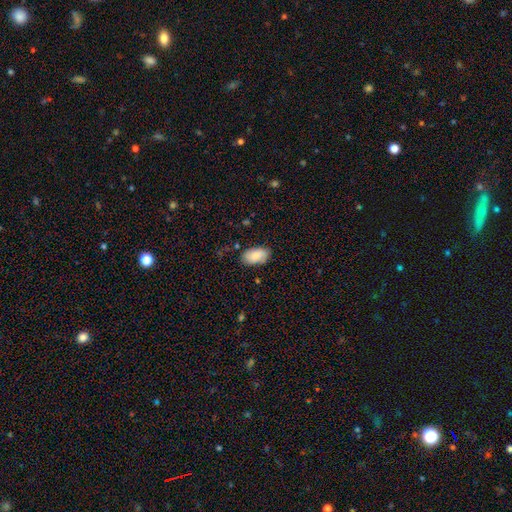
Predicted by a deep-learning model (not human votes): Smooth or featured: smooth — 82% (featured or disk — 12%)
How rounded: in between — 95% (round — 3%)
Merging: none — 79% (minor disturbance — 16%)